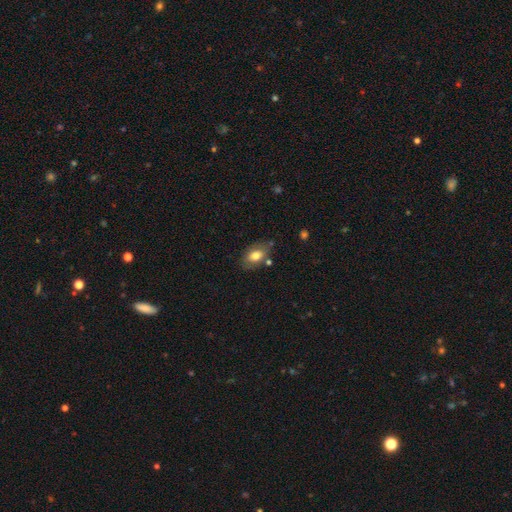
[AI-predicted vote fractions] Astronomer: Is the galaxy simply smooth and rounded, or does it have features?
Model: smooth — 74%.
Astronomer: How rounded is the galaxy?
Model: in between — 89%.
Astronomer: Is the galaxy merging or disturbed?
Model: none — 72%.